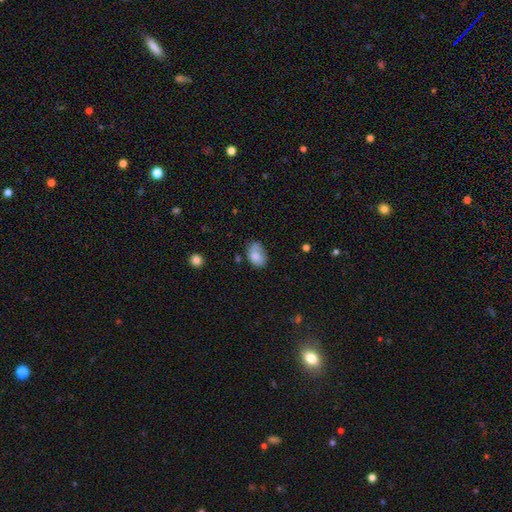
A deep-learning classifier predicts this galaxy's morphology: Overall: smooth (78%). How rounded: in between (86%). Merging: none (53%; minor disturbance 33%).